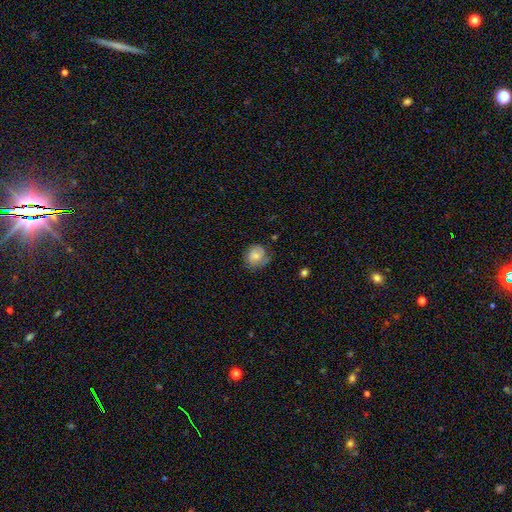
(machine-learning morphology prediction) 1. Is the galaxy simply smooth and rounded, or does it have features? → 66% smooth, 26% featured or disk, 8% star or artifact.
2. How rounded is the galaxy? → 72% round, 27% in between, 1% cigar-shaped.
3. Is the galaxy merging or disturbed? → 58% none, 28% minor disturbance, 12% major disturbance, 2% merger.